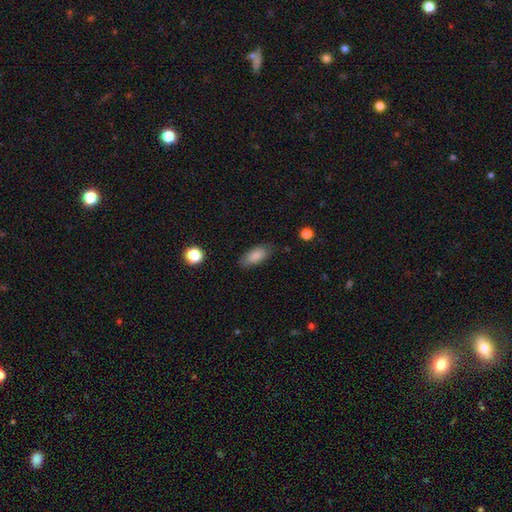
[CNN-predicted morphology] Smooth or featured? Predicted: smooth (p=0.85). How rounded? Predicted: in between (p=0.85). Merging? Predicted: none (p=0.80).